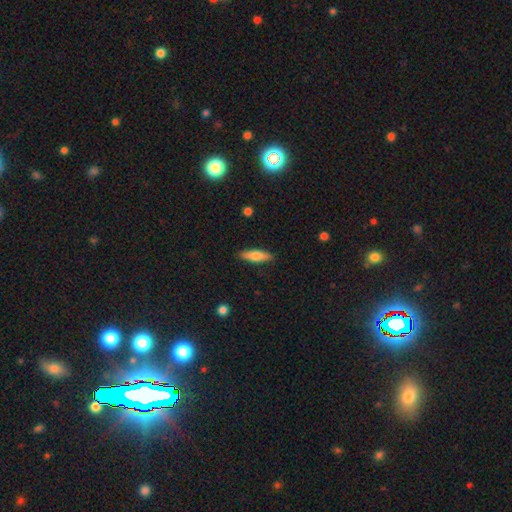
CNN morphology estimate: Q: Smooth or featured?
A: smooth (68%); runner-up: featured or disk (27%)
Q: How rounded?
A: cigar-shaped (56%); runner-up: in between (42%)
Q: Merging?
A: none (89%); runner-up: minor disturbance (8%)